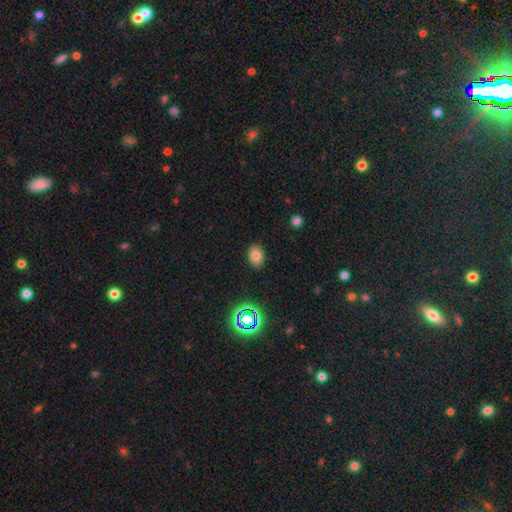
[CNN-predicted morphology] Overall: smooth (76%). How rounded: in between (73%). Merging: none (87%).